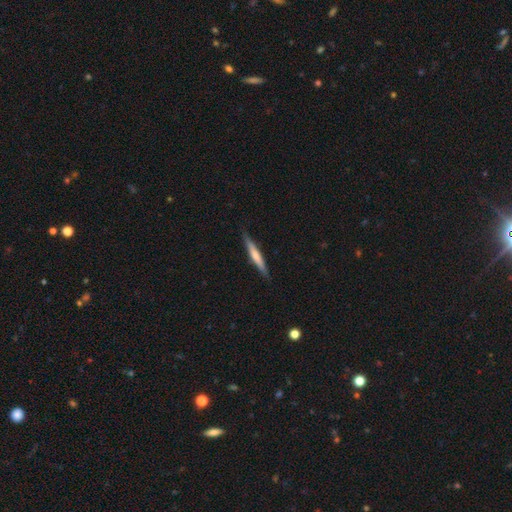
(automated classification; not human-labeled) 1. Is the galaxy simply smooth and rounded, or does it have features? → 52% smooth, 42% featured or disk, 5% star or artifact.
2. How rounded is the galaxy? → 94% cigar-shaped, 4% in between, 1% round.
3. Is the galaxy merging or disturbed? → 89% none, 9% minor disturbance, 2% major disturbance, 1% merger.